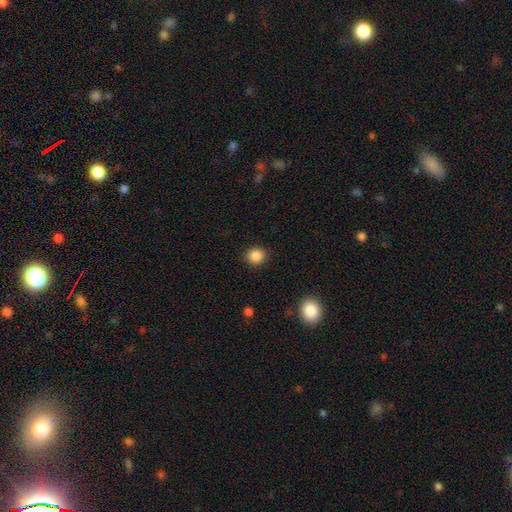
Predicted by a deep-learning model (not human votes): Overall: smooth (86%). How rounded: round (85%). Merging: none (90%).